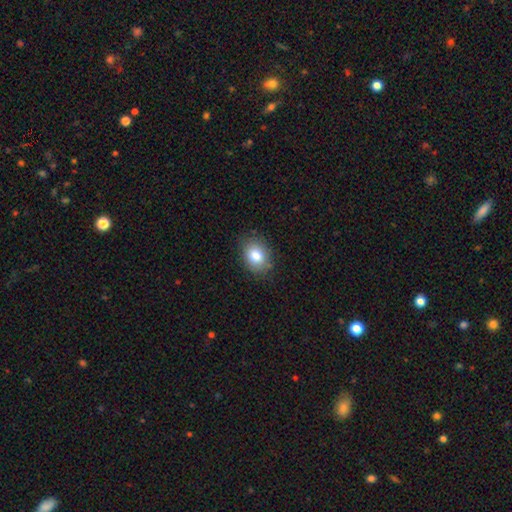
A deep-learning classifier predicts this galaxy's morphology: Overall: smooth (83%). How rounded: in between (62%; round 37%). Merging: none (82%).